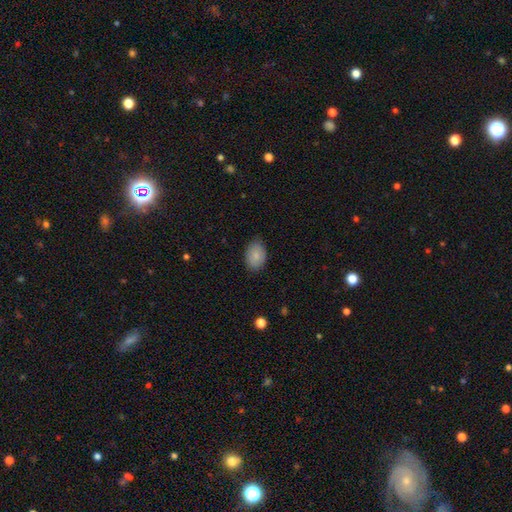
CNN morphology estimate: smooth-or-featured: smooth: 85% | featured or disk: 9% | star or artifact: 7%
  how-rounded: in between: 85% | round: 14% | cigar-shaped: 1%
  merging: none: 81% | minor disturbance: 15% | major disturbance: 3% | merger: 1%